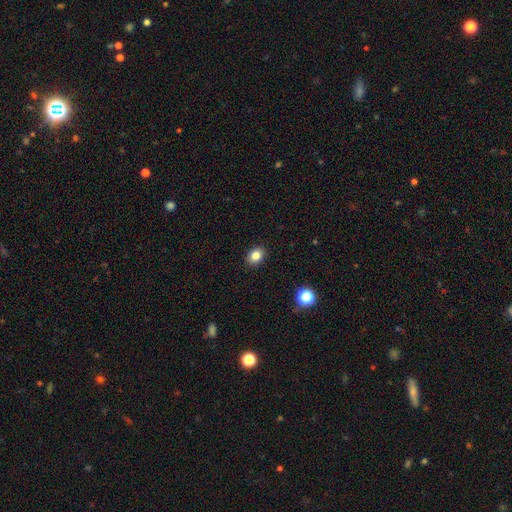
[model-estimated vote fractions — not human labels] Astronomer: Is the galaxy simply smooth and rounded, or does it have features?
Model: smooth — 82%.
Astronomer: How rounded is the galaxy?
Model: in between — 59% (runner-up: round, 40%).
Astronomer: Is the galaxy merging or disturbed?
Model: none — 90%.